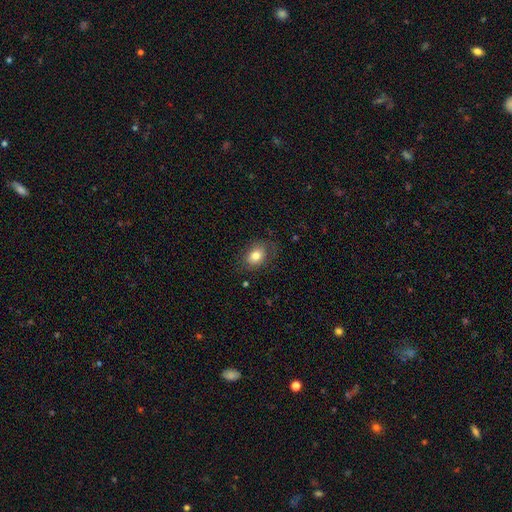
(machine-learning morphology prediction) smooth_or_featured: smooth (p=0.78) [alt: featured or disk p=0.13]
how_rounded: in between (p=0.71) [alt: round p=0.28]
merging: none (p=0.75) [alt: minor disturbance p=0.17]